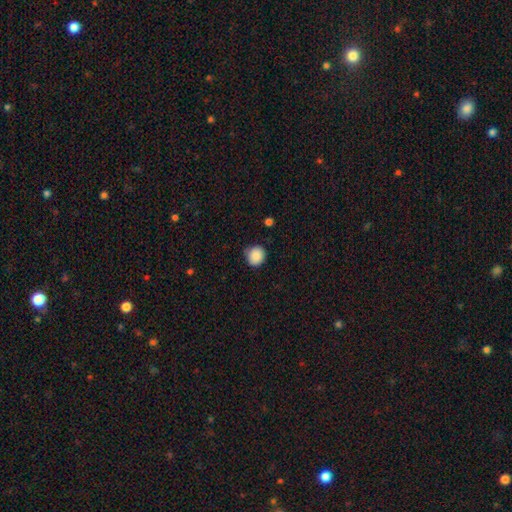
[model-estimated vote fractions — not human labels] This appears to be a smooth galaxy with no disk features (88%) that is round (86%). Merging: none (78%).